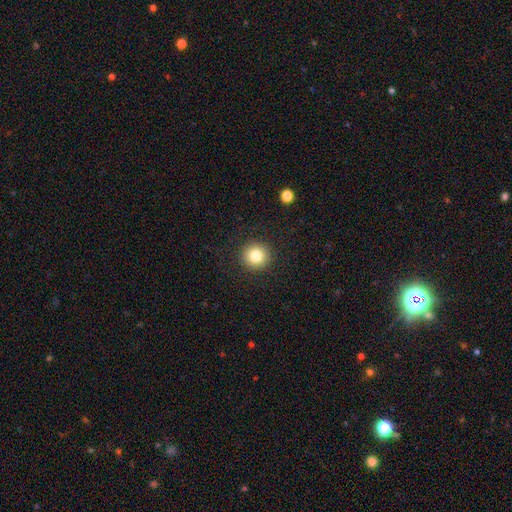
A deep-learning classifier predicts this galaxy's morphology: smooth_or_featured: smooth (p=0.82) [alt: star or artifact p=0.11]
how_rounded: round (p=0.95) [alt: in between p=0.04]
merging: none (p=0.92) [alt: minor disturbance p=0.05]